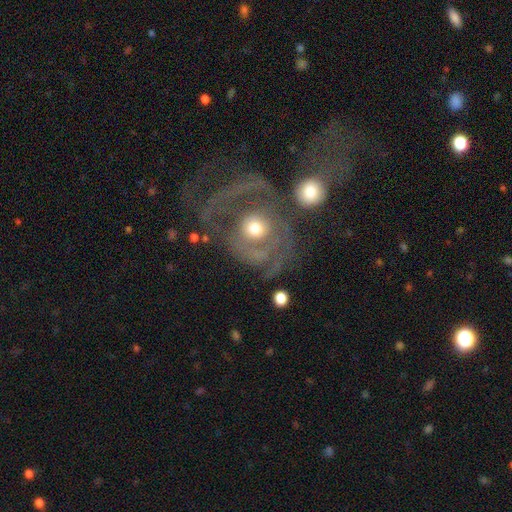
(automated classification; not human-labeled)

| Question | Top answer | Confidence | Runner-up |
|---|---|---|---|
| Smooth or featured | featured or disk | 75% | smooth (15%) |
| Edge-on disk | no | 96% | yes (4%) |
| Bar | no | 77% | weak (17%) |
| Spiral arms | yes | 73% | no (27%) |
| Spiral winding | tight | 48% | medium (33%) |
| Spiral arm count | can't tell | 35% | 2 (34%) |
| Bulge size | moderate | 68% | small (22%) |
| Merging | none | 34% | merger (26%) |